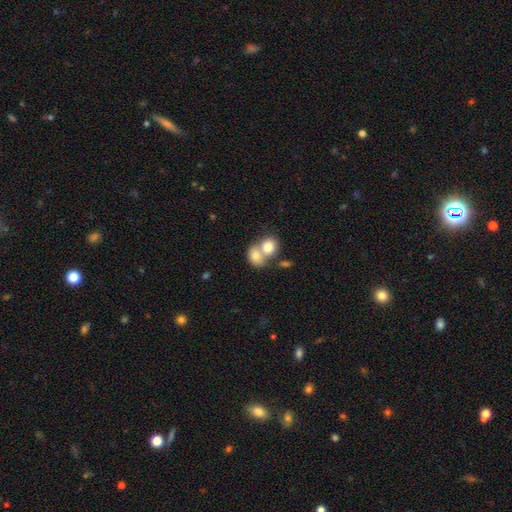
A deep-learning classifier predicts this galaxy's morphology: The model was most divided on "how rounded": in between: 52%, round: 47%, cigar-shaped: 1%. More confident: smooth or featured — smooth (78%); merging — merger (68%).